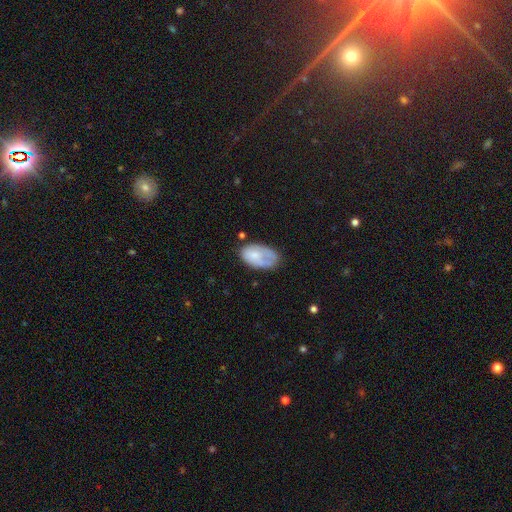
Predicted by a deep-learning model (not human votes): The model was most divided on "merging": none: 46%, minor disturbance: 31%, major disturbance: 17%, merger: 5%. More confident: how rounded — in between (93%); smooth or featured — smooth (61%).